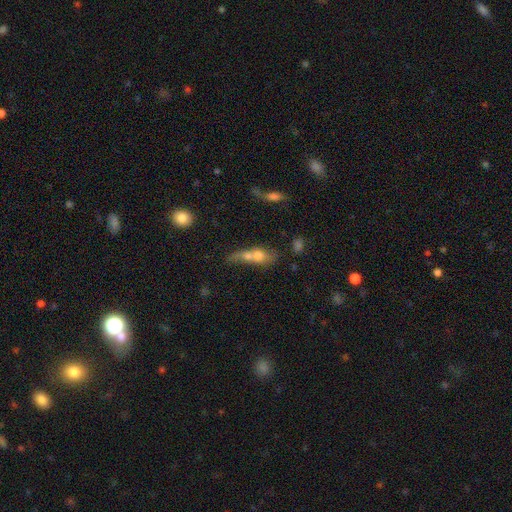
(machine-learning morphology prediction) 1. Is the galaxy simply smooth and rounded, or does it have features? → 60% smooth, 29% featured or disk, 11% star or artifact.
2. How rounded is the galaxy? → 55% in between, 24% round, 21% cigar-shaped.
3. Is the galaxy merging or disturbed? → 68% merger, 15% none, 9% major disturbance, 8% minor disturbance.